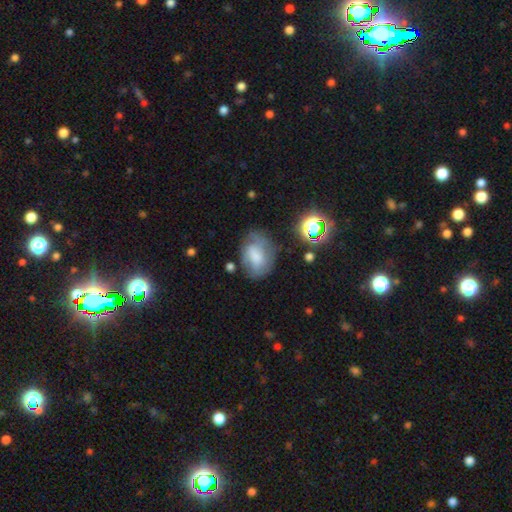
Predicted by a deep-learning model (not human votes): A smooth galaxy with no disk features (55%) that is in between round and cigar-shaped (70%).

Vote fractions:
- Smooth or featured? smooth: 55% / featured or disk: 34% / star or artifact: 11%
- How rounded? in between: 70% / round: 29% / cigar-shaped: 1%
- Merging? none: 51% / minor disturbance: 28% / major disturbance: 17% / merger: 4%